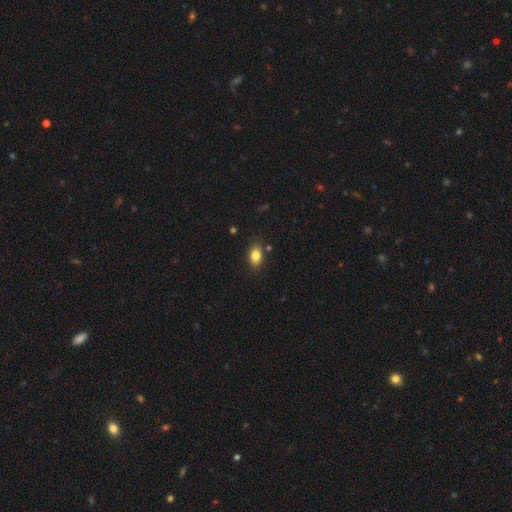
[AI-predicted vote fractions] smooth_or_featured: smooth (p=0.82) [alt: star or artifact p=0.09]
how_rounded: in between (p=0.83) [alt: round p=0.15]
merging: none (p=0.82) [alt: minor disturbance p=0.13]